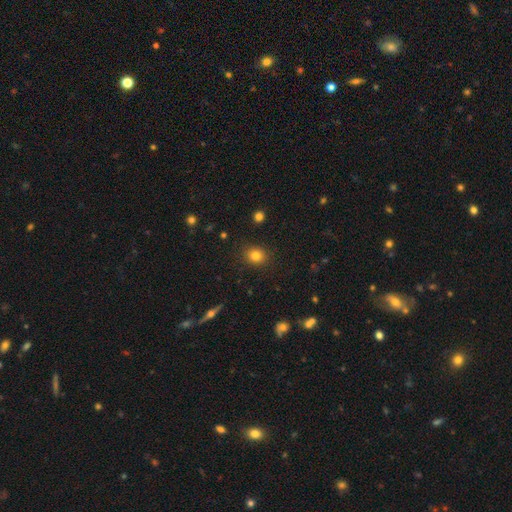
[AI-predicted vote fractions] Morphology: type=smooth (81%); roundness=round (71%); merging=none (88%).